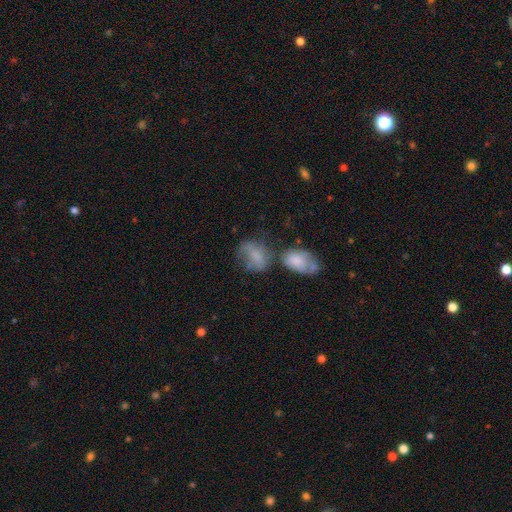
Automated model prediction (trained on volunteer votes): smooth_or_featured: smooth (p=0.64) [alt: featured or disk p=0.25]
how_rounded: in between (p=0.73) [alt: round p=0.23]
merging: none (p=0.31) [alt: merger p=0.27]